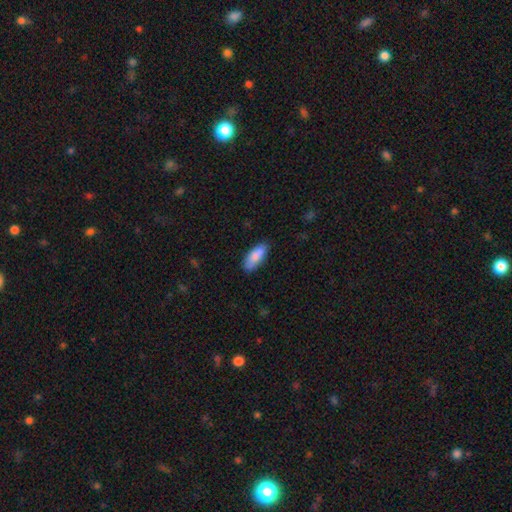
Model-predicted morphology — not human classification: smooth-or-featured: smooth: 84% | featured or disk: 10% | star or artifact: 6%
  how-rounded: in between: 74% | cigar-shaped: 24% | round: 2%
  merging: none: 81% | minor disturbance: 15% | major disturbance: 2% | merger: 1%